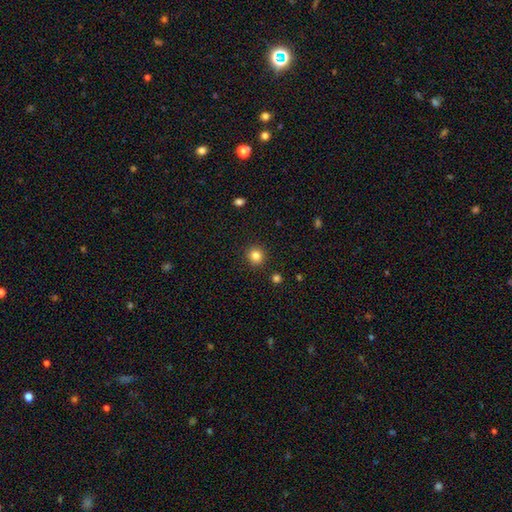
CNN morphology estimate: The model was most divided on "smooth or featured": smooth: 83%, star or artifact: 12%, featured or disk: 5%. More confident: how rounded — round (92%); merging — none (91%).